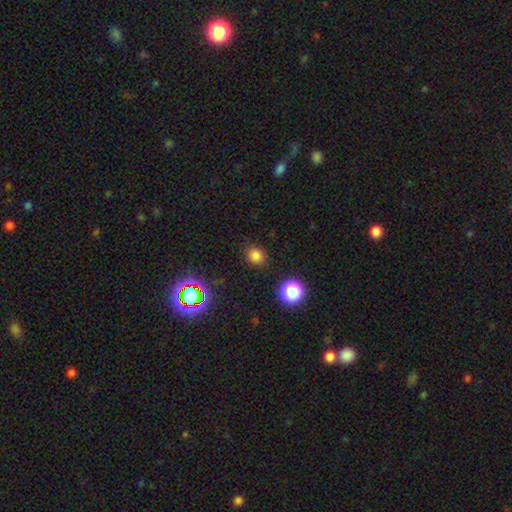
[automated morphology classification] smooth 77%, star or artifact 19%, featured or disk 5%. Down the decision tree: how rounded — round (75%); merging — none (85%).